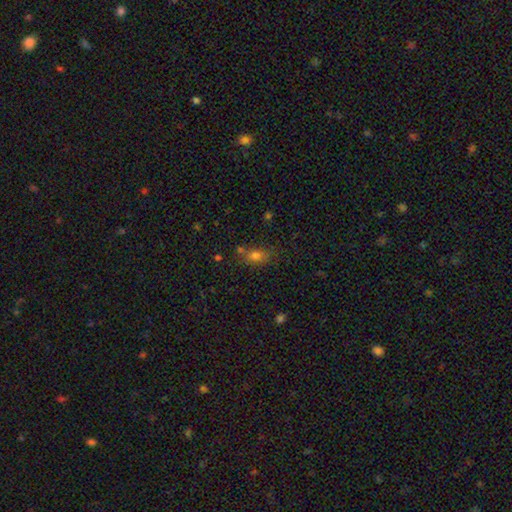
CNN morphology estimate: Overall: smooth (72%). How rounded: in between (65%; round 27%). Merging: none (62%).